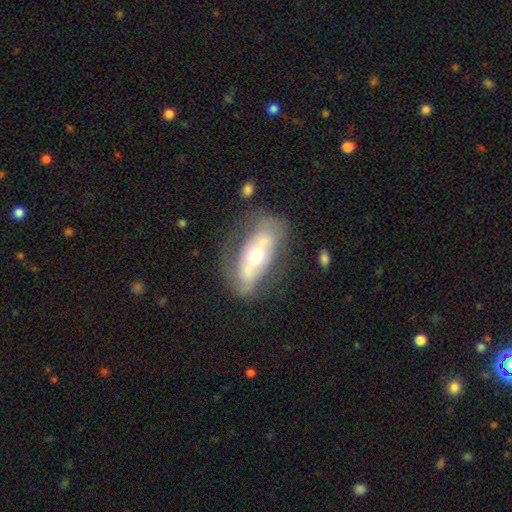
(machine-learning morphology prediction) Q: Smooth or featured?
A: featured or disk (62%); runner-up: smooth (31%)
Q: Edge-on disk?
A: no (79%); runner-up: yes (21%)
Q: Merging?
A: none (59%); runner-up: minor disturbance (23%)